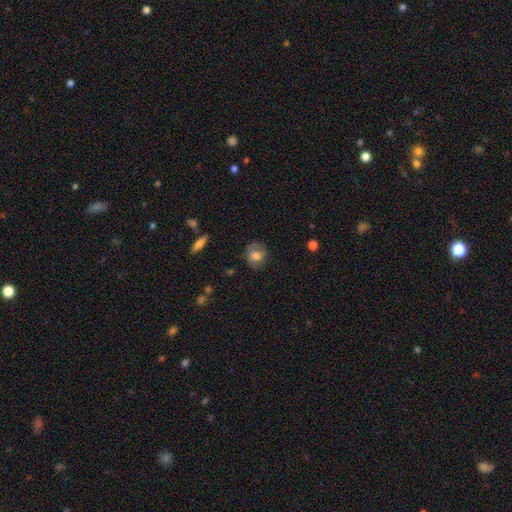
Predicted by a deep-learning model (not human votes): A smooth galaxy with no disk features (69%) that is round (68%). Merging: none (70%).